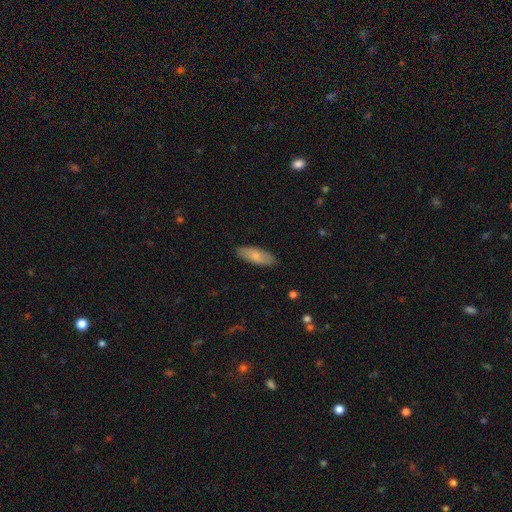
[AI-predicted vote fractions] Smooth or featured? Predicted: smooth (p=0.79). How rounded? Predicted: in between (p=0.70). Merging? Predicted: none (p=0.87).